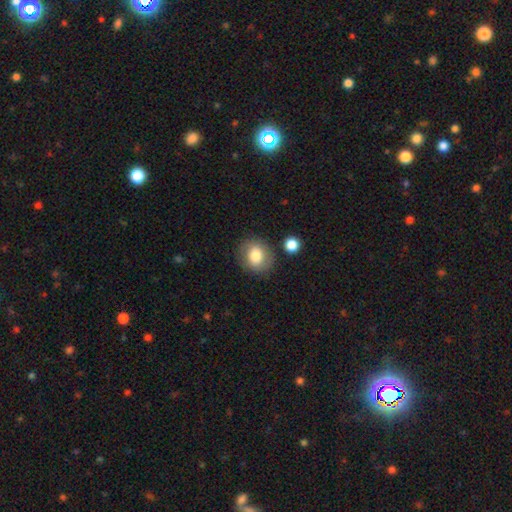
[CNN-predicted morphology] This is likely a smooth galaxy (76%). How rounded: likely round (69%). Merging: likely none (79%).